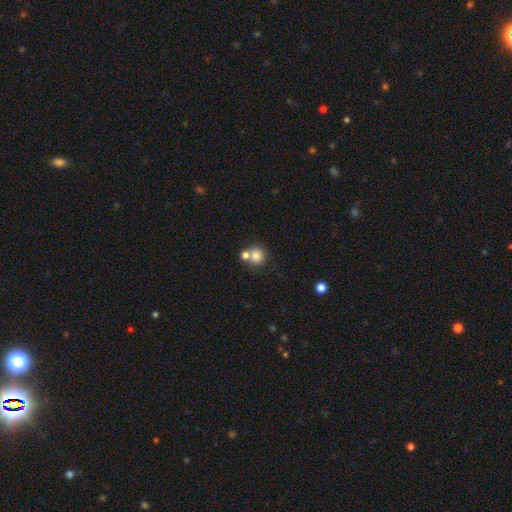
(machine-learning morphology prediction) This appears to be a smooth galaxy with no disk features (79%) that is round (90%). Merging: none (55%).